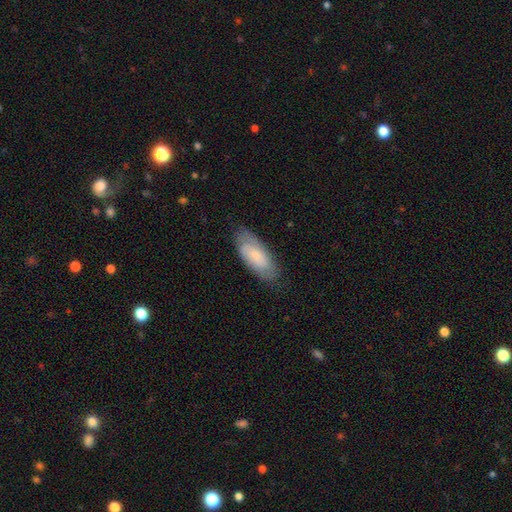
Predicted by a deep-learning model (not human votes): Morphology: type=smooth (52%); roundness=in between (82%); merging=none (76%).